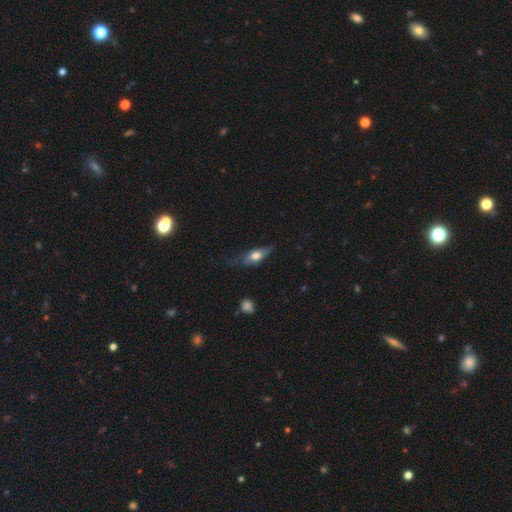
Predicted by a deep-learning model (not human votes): A smooth galaxy with no disk features (57%) that is in between round and cigar-shaped (66%).

Vote fractions:
- Smooth or featured? smooth: 57% / featured or disk: 37% / star or artifact: 6%
- How rounded? in between: 66% / cigar-shaped: 29% / round: 5%
- Merging? none: 47% / minor disturbance: 34% / major disturbance: 17% / merger: 2%